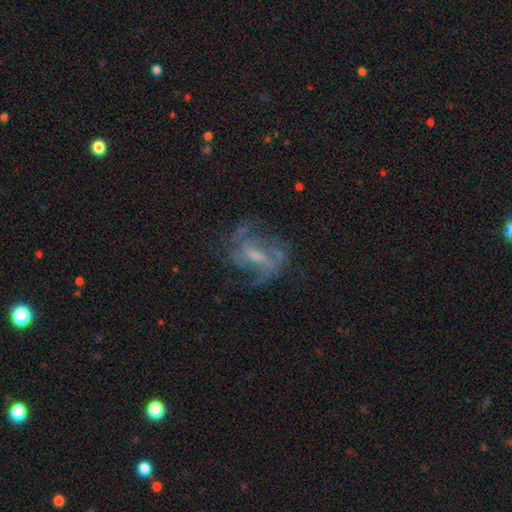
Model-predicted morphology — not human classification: featured or disk 78%, smooth 12%, star or artifact 10%. Down the decision tree: edge-on disk — no (96%); bar — weak (52%); spiral arms — yes (85%); spiral arm count — 2 (35%); spiral winding — medium (44%); bulge size — small (39%); merging — none (55%).